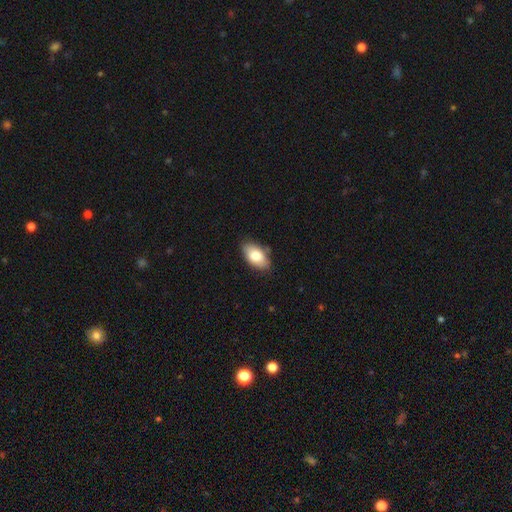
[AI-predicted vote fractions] smooth_or_featured: smooth (p=0.80) [alt: featured or disk p=0.14]
how_rounded: in between (p=0.93) [alt: round p=0.05]
merging: none (p=0.81) [alt: minor disturbance p=0.15]